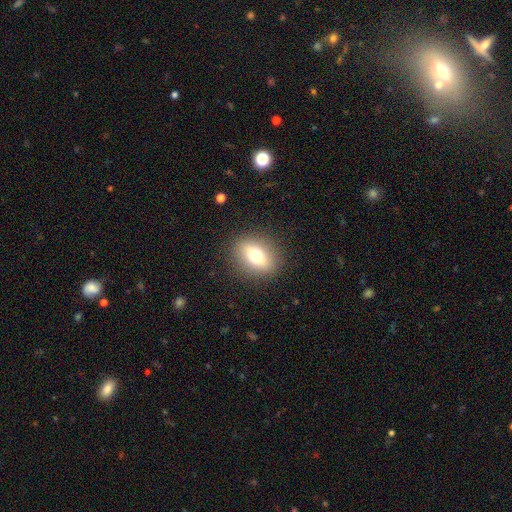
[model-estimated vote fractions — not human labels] This appears to be a smooth galaxy with no disk features (61%) that is in between round and cigar-shaped (57%). Merging: none (87%).